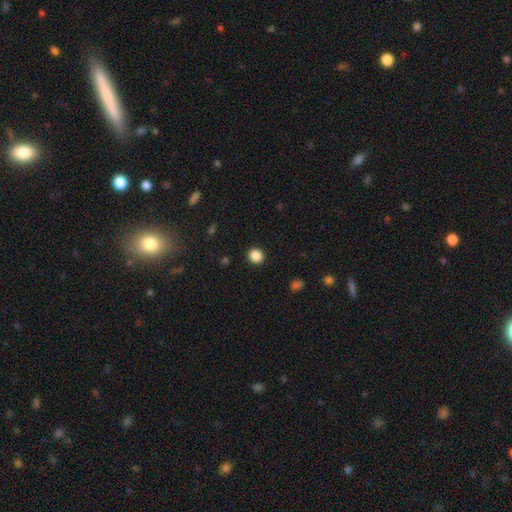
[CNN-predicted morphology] Smooth or featured?
  - smooth: 86% *
  - star or artifact: 11%
  - featured or disk: 3%
How rounded?
  - round: 89% *
  - in between: 10%
  - cigar-shaped: 1%
Merging?
  - none: 92% *
  - minor disturbance: 5%
  - major disturbance: 2%
  - merger: 1%